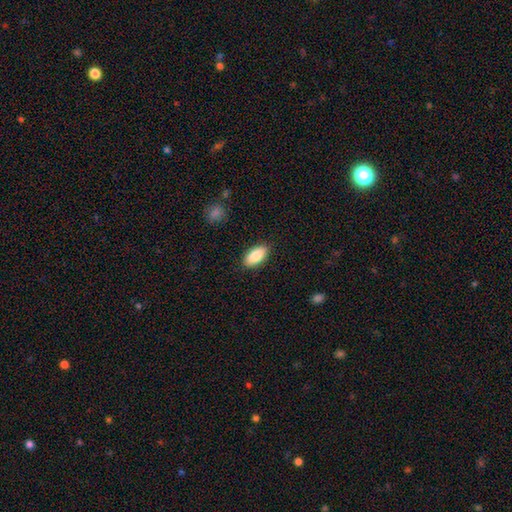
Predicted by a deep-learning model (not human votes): The model was most divided on "merging": none: 87%, minor disturbance: 9%, major disturbance: 2%, merger: 1%. More confident: how rounded — in between (91%); smooth or featured — smooth (88%).